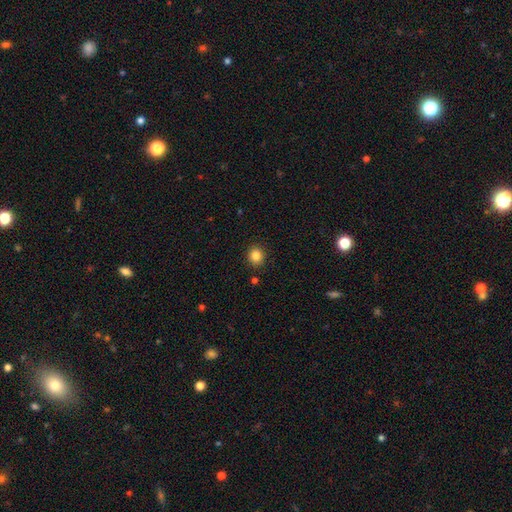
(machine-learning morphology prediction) smooth-or-featured: smooth: 84% | star or artifact: 11% | featured or disk: 5%
  how-rounded: round: 83% | in between: 16% | cigar-shaped: 1%
  merging: none: 90% | minor disturbance: 6% | major disturbance: 2% | merger: 2%